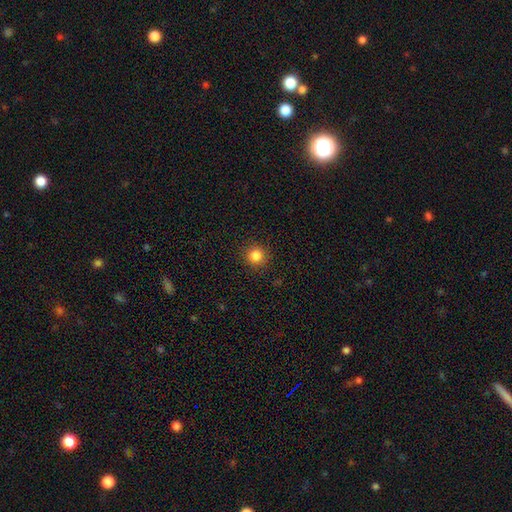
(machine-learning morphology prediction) A smooth galaxy with no disk features (85%) that is round (94%).

Vote fractions:
- Smooth or featured? smooth: 85% / star or artifact: 12% / featured or disk: 4%
- How rounded? round: 94% / in between: 5% / cigar-shaped: 1%
- Merging? none: 91% / minor disturbance: 6% / major disturbance: 2% / merger: 1%